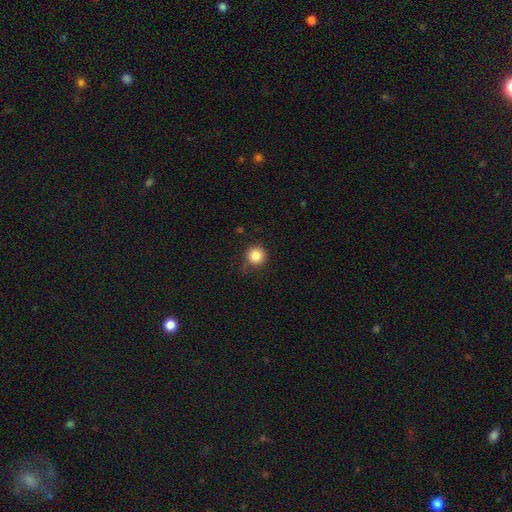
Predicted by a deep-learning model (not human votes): smooth 85%, star or artifact 10%, featured or disk 4%. Down the decision tree: how rounded — round (95%); merging — none (81%).